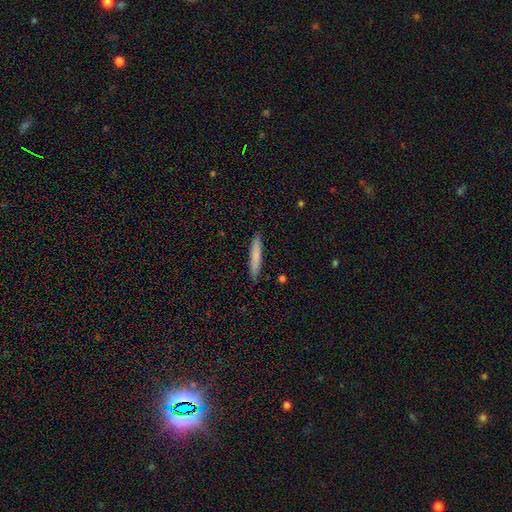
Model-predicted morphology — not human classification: smooth_or_featured: smooth (p=0.78) [alt: featured or disk p=0.17]
how_rounded: cigar-shaped (p=0.94) [alt: in between p=0.05]
merging: none (p=0.89) [alt: minor disturbance p=0.08]